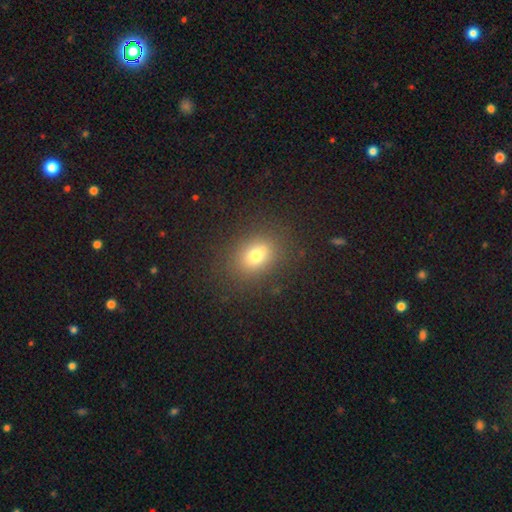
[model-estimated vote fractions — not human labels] smooth_or_featured: smooth (p=0.71) [alt: star or artifact p=0.15]
how_rounded: in between (p=0.51) [alt: round p=0.48]
merging: none (p=0.74) [alt: minor disturbance p=0.11]